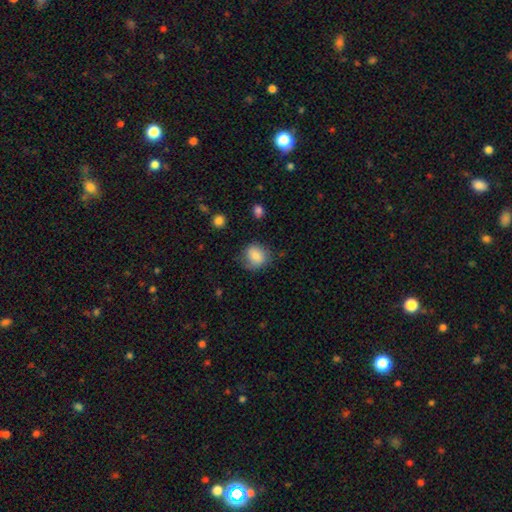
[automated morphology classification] Smooth or featured: smooth — 80% (featured or disk — 12%)
How rounded: round — 75% (in between — 24%)
Merging: none — 70% (minor disturbance — 21%)